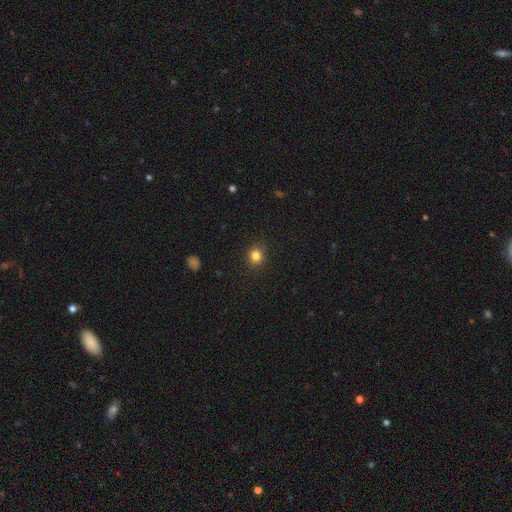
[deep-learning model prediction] smooth_or_featured: smooth (p=0.83) [alt: star or artifact p=0.12]
how_rounded: round (p=0.84) [alt: in between p=0.15]
merging: none (p=0.89) [alt: minor disturbance p=0.07]